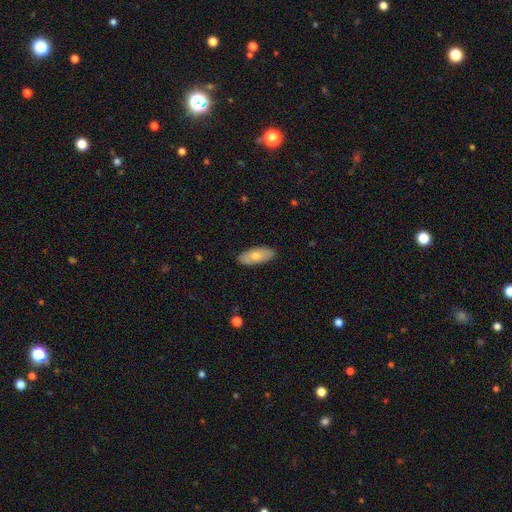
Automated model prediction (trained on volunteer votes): A smooth galaxy with no disk features (65%) that is in between round and cigar-shaped (84%).

Vote fractions:
- Smooth or featured? smooth: 65% / featured or disk: 29% / star or artifact: 6%
- How rounded? in between: 84% / cigar-shaped: 13% / round: 3%
- Merging? none: 88% / minor disturbance: 9% / major disturbance: 2% / merger: 1%